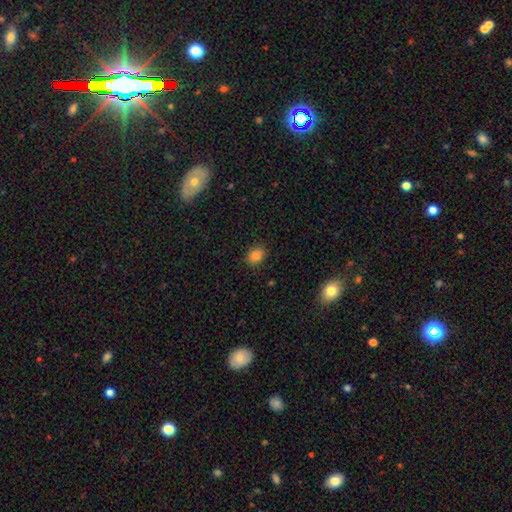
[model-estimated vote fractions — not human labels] Smooth or featured: smooth — 83% (star or artifact — 11%)
How rounded: in between — 55% (round — 44%)
Merging: none — 87% (minor disturbance — 9%)